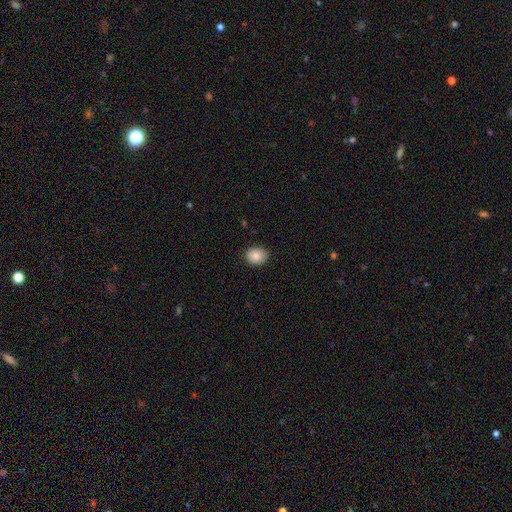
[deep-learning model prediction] This appears to be a smooth galaxy with no disk features (88%) that is in between round and cigar-shaped (50%). Merging: none (87%).